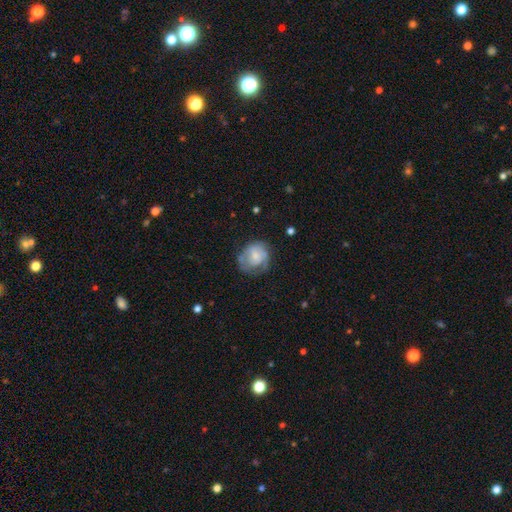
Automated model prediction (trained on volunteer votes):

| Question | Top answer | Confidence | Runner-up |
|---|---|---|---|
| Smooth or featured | featured or disk | 50% | smooth (43%) |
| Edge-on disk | no | 97% | yes (3%) |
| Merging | none | 51% | minor disturbance (27%) |